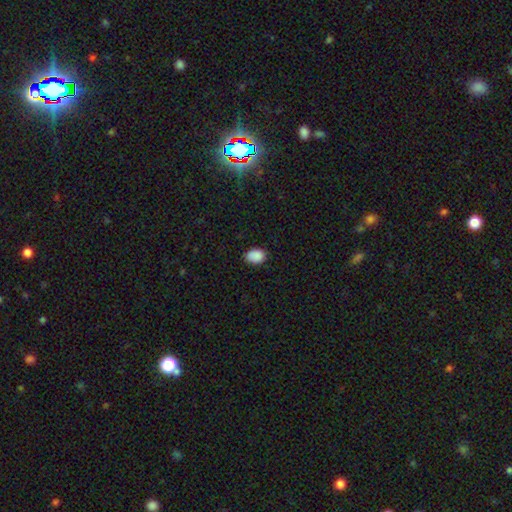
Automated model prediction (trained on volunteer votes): Smooth or featured? smooth (89%)
How rounded? in between (72%)
Merging? none (79%)